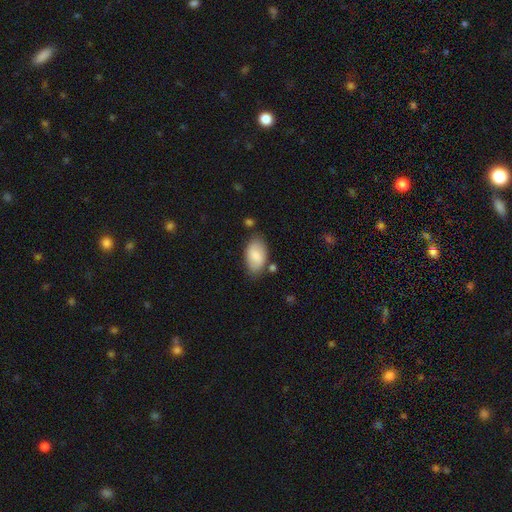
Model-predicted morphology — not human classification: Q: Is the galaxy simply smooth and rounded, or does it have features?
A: smooth — 81%.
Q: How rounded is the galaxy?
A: in between — 94%.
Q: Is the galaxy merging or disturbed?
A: none — 73%.